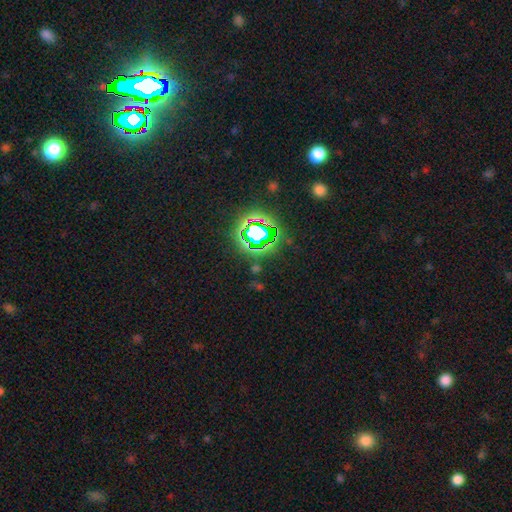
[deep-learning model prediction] Smooth or featured?
  - star or artifact: 81% *
  - smooth: 12%
  - featured or disk: 7%